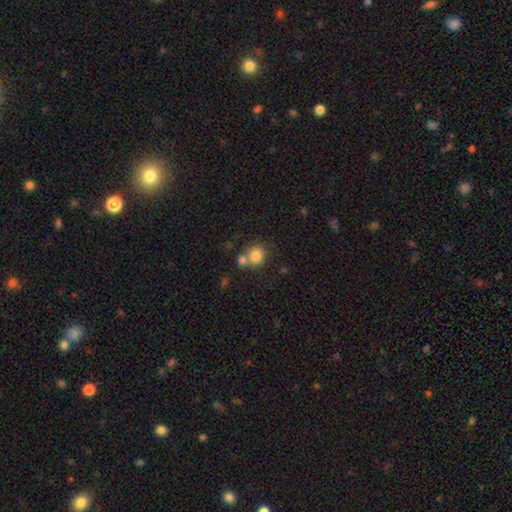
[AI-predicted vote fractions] smooth 82%, star or artifact 10%, featured or disk 8%. Down the decision tree: how rounded — round (80%); merging — none (55%).